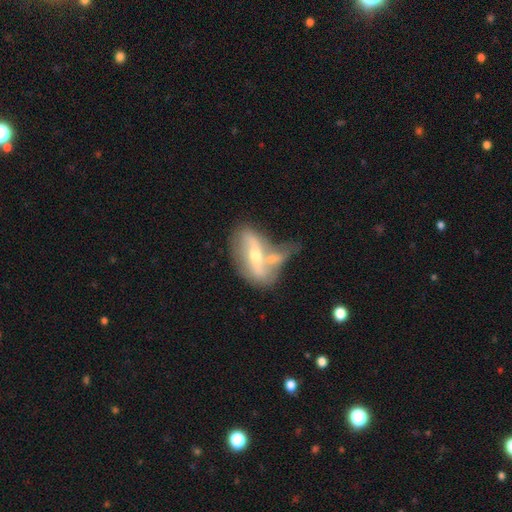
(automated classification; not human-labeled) smooth_or_featured: featured or disk (p=0.68) [alt: smooth p=0.25]
disk_edge_on: no (p=0.80) [alt: yes p=0.20]
bar: strong (p=0.38) [alt: no p=0.33]
has_spiral_arms: yes (p=0.56) [alt: no p=0.44]
bulge_size: moderate (p=0.61) [alt: small p=0.33]
merging: merger (p=0.44) [alt: none p=0.26]